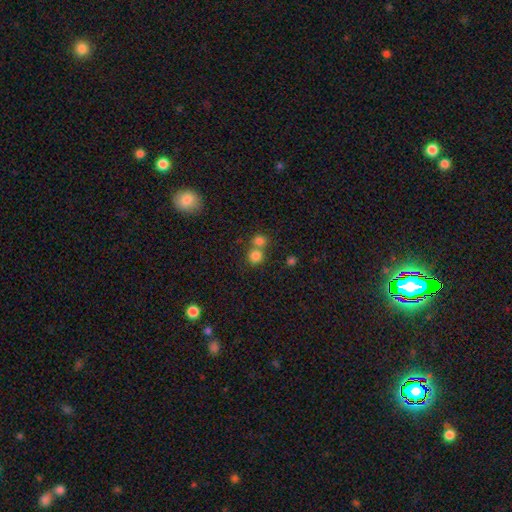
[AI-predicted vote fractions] A smooth galaxy with no disk features (80%) that is round (86%). Merging: none (50%).